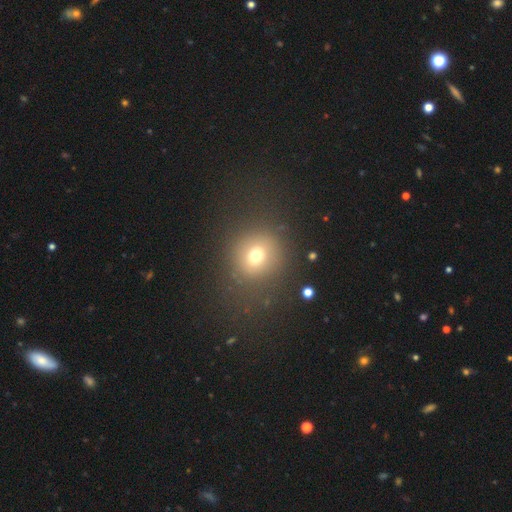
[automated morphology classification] The model was most divided on "smooth or featured": smooth: 71%, star or artifact: 18%, featured or disk: 12%. More confident: how rounded — round (88%); merging — none (79%).